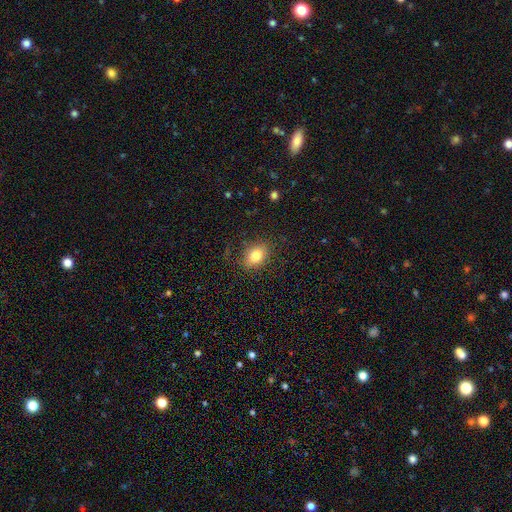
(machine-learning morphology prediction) Smooth or featured? Predicted: smooth (p=0.80). How rounded? Predicted: in between (p=0.74). Merging? Predicted: none (p=0.83).